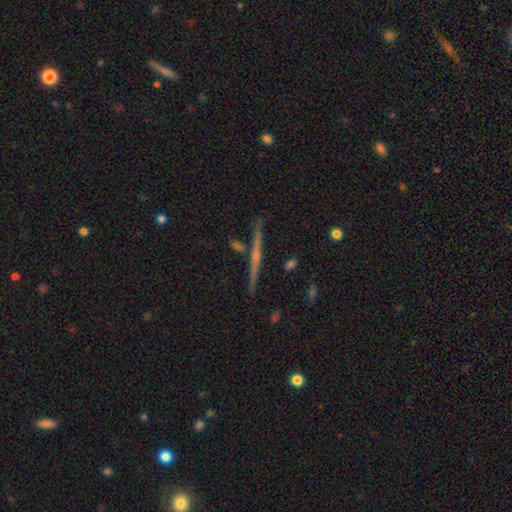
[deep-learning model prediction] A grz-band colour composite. It shows a featured or disk galaxy (76%) viewed edge-on (98%) with a rounded central bulge (57%). Merging: none (89%).